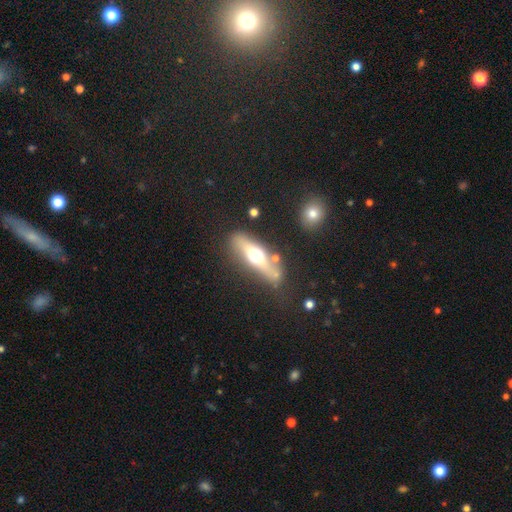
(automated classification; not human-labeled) Smooth or featured?
  - featured or disk: 57% *
  - smooth: 36%
  - star or artifact: 8%
Edge-on disk?
  - yes: 78% *
  - no: 22%
Merging?
  - none: 77% *
  - minor disturbance: 14%
  - major disturbance: 5%
  - merger: 5%